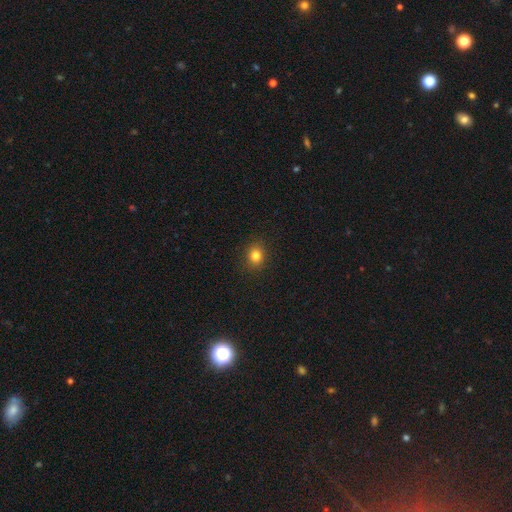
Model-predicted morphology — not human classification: Smooth or featured? smooth (82%)
How rounded? round (72%)
Merging? none (90%)